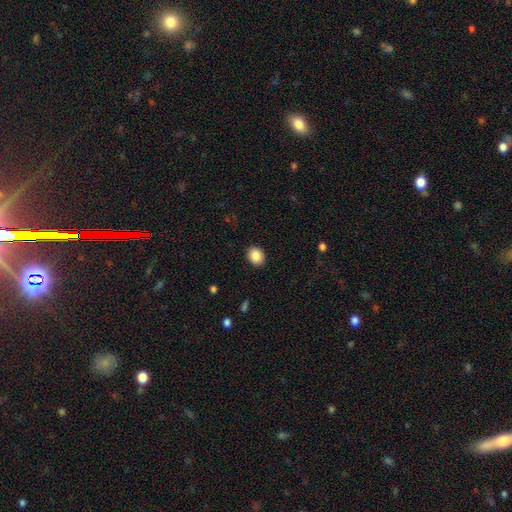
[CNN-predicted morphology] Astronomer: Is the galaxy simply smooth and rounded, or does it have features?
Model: smooth — 88%.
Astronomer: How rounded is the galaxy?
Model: round — 59% (runner-up: in between, 41%).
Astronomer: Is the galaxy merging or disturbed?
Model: none — 91%.